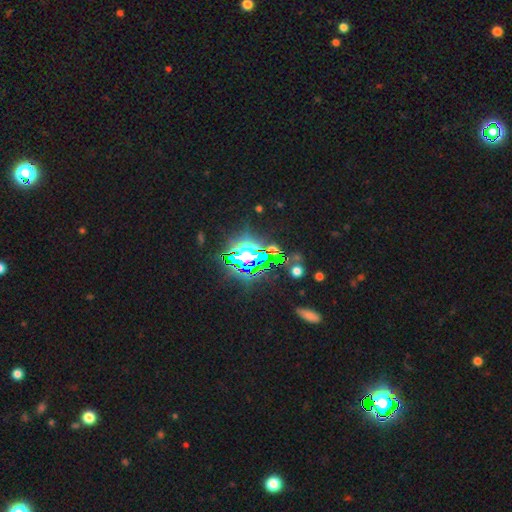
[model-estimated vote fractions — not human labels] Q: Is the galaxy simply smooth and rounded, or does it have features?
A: star or artifact — 76%.